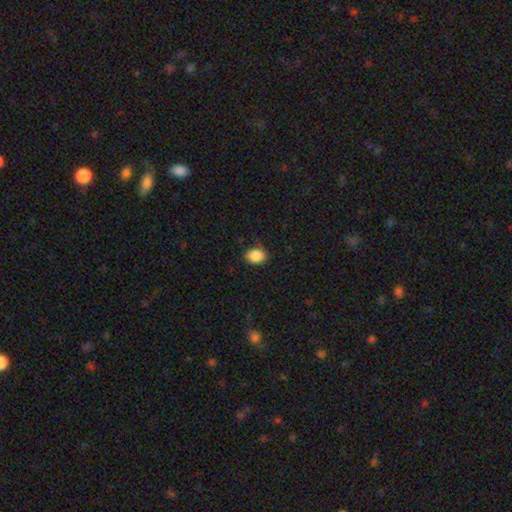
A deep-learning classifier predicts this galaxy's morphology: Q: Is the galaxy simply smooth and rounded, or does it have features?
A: smooth — 88%.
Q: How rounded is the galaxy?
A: in between — 60%.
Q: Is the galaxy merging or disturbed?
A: none — 83%.